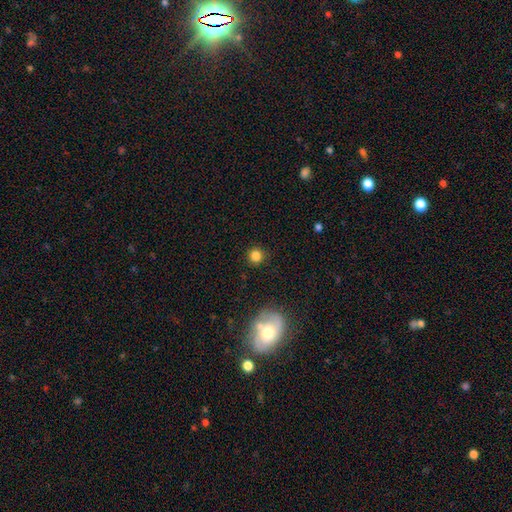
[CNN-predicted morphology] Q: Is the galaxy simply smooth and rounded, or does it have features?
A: smooth — 83%.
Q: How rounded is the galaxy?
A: round — 93%.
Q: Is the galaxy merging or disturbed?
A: none — 89%.